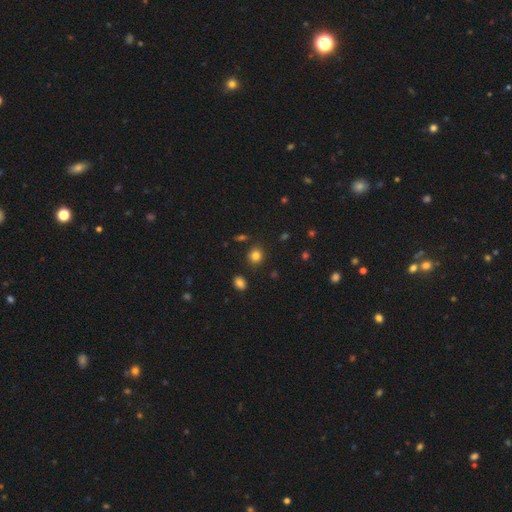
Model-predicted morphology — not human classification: A smooth galaxy with no disk features (82%) that is round (79%). Merging: none (86%).